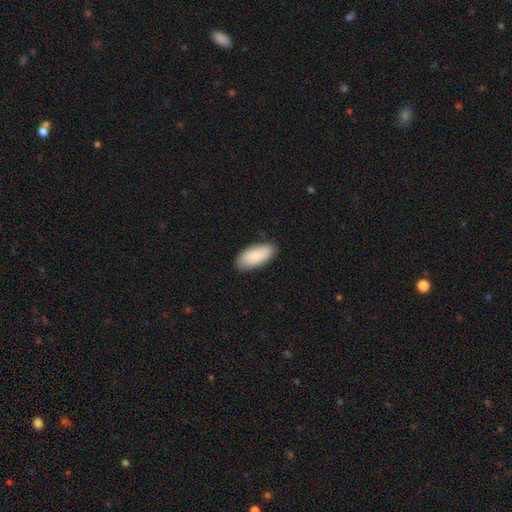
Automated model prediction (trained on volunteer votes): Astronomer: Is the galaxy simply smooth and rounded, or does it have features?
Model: smooth — 78%.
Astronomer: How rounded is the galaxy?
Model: in between — 91%.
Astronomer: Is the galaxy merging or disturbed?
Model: none — 82%.